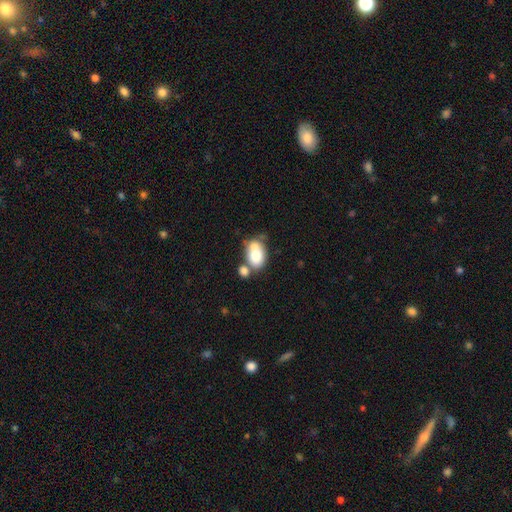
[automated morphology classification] A smooth galaxy with no disk features (73%) that is in between round and cigar-shaped (81%). Merging: merger (47%).